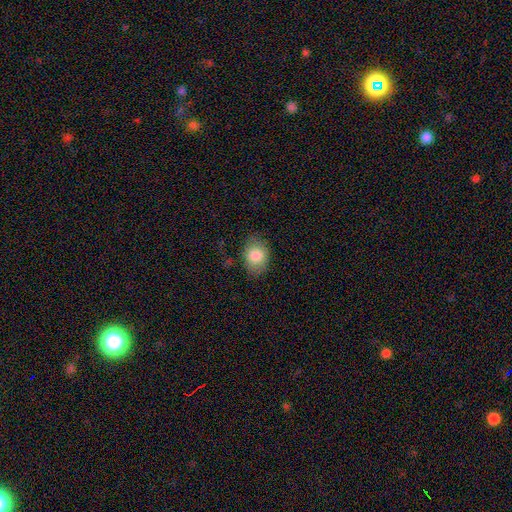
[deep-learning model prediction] Smooth or featured: smooth — 83% (featured or disk — 9%)
How rounded: in between — 73% (round — 26%)
Merging: none — 80% (minor disturbance — 15%)